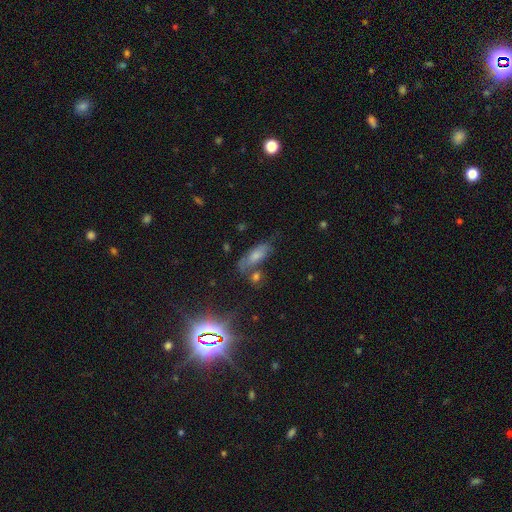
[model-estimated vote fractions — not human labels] A smooth galaxy with no disk features (57%) that is in between round and cigar-shaped (70%). Merging: none (53%).